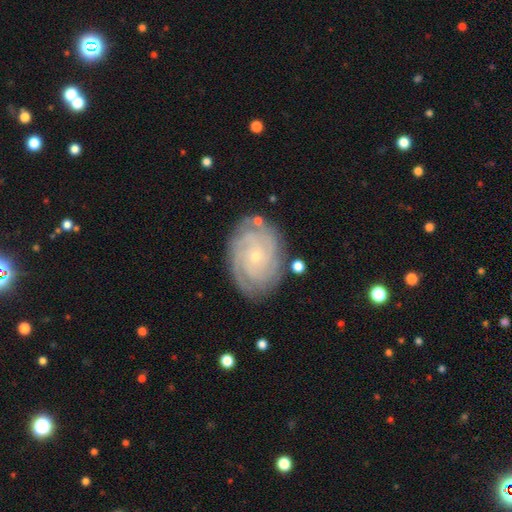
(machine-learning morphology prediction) This is clearly a featured or disk galaxy (85%). It is clearly not viewed edge-on (97%). Bar: likely no (78%). Spiral arm pattern: clearly yes (97%). Spiral arm count: marginally 4 (26%). Spiral winding: likely tight (78%). Central bulge: clearly small (83%). Merging: likely none (79%).